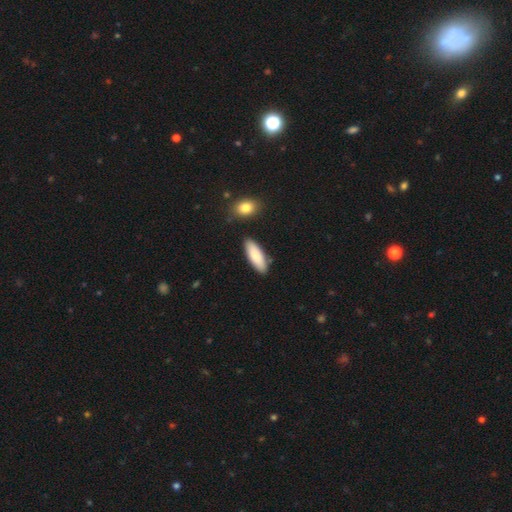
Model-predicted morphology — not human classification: Smooth or featured? Predicted: smooth (p=0.85). How rounded? Predicted: in between (p=0.64). Merging? Predicted: none (p=0.84).